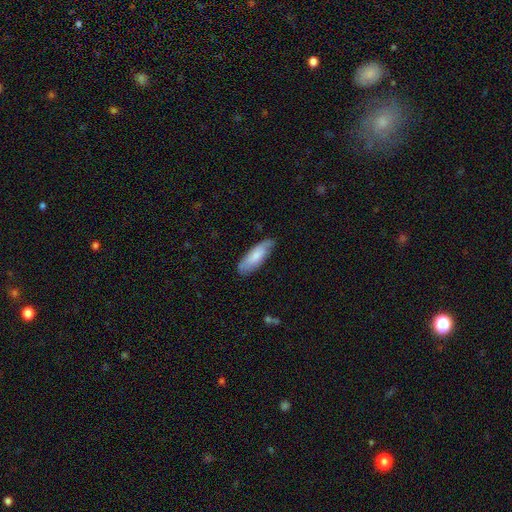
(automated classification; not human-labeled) Overall: smooth (68%). How rounded: in between (63%; cigar-shaped 35%). Merging: none (76%).